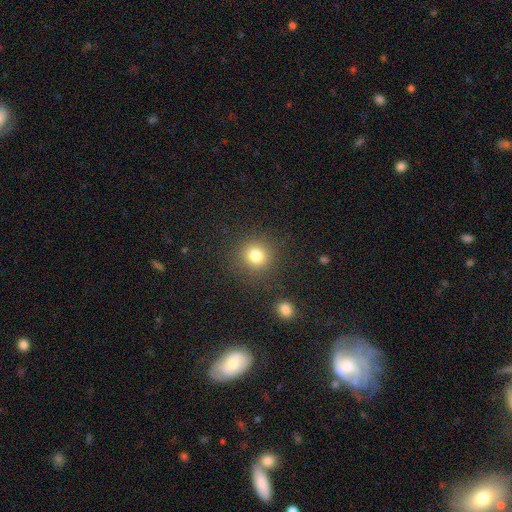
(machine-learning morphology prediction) smooth-or-featured: smooth: 80% | star or artifact: 13% | featured or disk: 6%
  how-rounded: round: 89% | in between: 10% | cigar-shaped: 1%
  merging: none: 86% | minor disturbance: 8% | major disturbance: 4% | merger: 2%